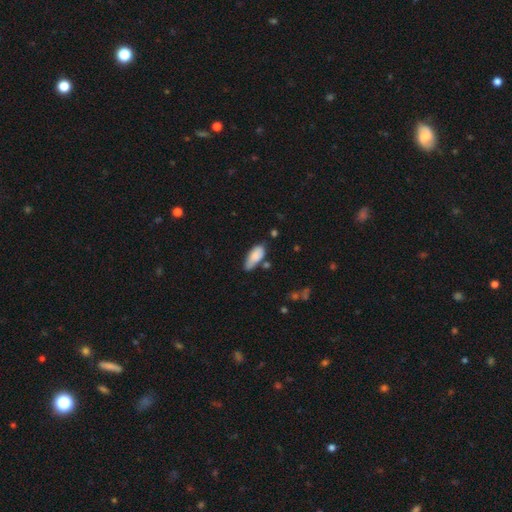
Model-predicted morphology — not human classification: Smooth or featured?
  - smooth: 83% *
  - featured or disk: 11%
  - star or artifact: 7%
How rounded?
  - in between: 85% *
  - cigar-shaped: 14%
  - round: 2%
Merging?
  - none: 54% *
  - minor disturbance: 32%
  - merger: 8%
  - major disturbance: 6%